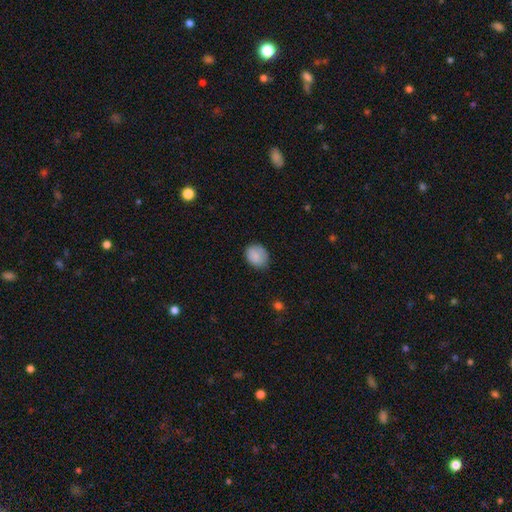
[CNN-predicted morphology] The model was most divided on "how rounded": round: 52%, in between: 48%, cigar-shaped: 1%. More confident: smooth or featured — smooth (84%); merging — none (75%).